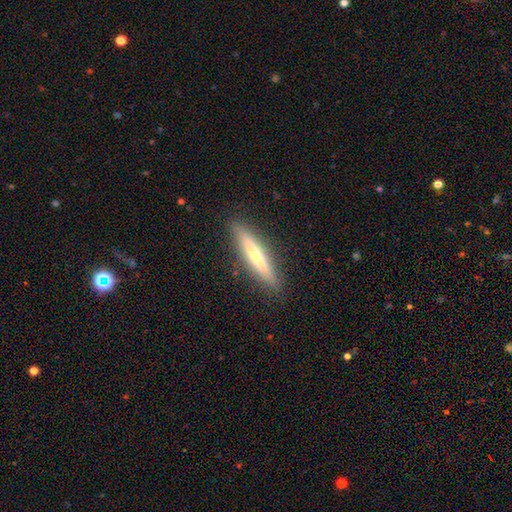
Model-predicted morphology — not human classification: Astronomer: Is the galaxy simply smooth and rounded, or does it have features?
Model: smooth — 56% (runner-up: featured or disk, 38%).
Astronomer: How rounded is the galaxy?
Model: cigar-shaped — 89%.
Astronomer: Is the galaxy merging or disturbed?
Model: none — 89%.